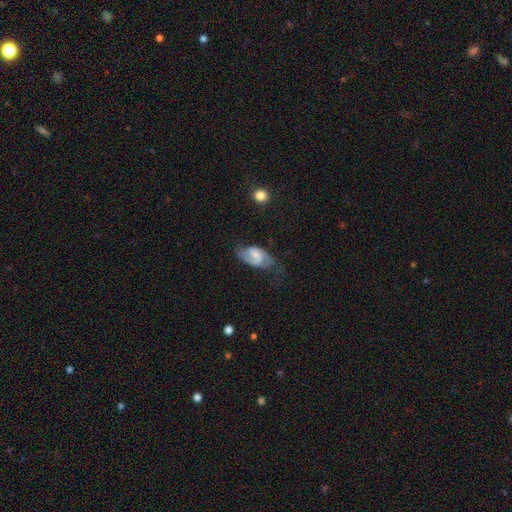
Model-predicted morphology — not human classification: Smooth or featured? Predicted: featured or disk (p=0.70). Edge-on disk? Predicted: no (p=0.97). Bar? Predicted: weak (p=0.53). Spiral arms? Predicted: yes (p=0.91). Spiral winding? Predicted: medium (p=0.50). Spiral arm count? Predicted: 2 (p=0.80). Bulge size? Predicted: small (p=0.48). Merging? Predicted: none (p=0.50).